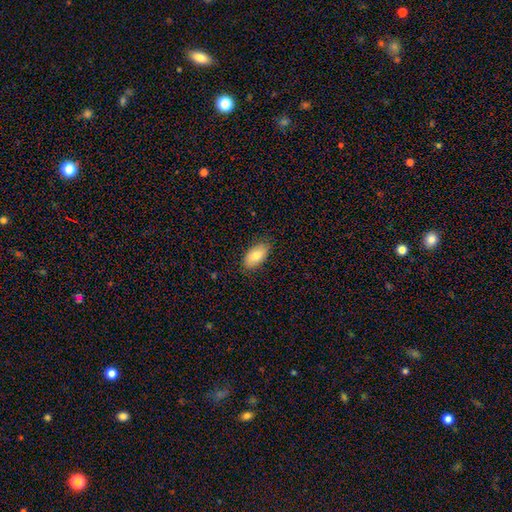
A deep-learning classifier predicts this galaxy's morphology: smooth_or_featured: smooth (p=0.80) [alt: featured or disk p=0.14]
how_rounded: in between (p=0.93) [alt: cigar-shaped p=0.04]
merging: none (p=0.83) [alt: minor disturbance p=0.13]